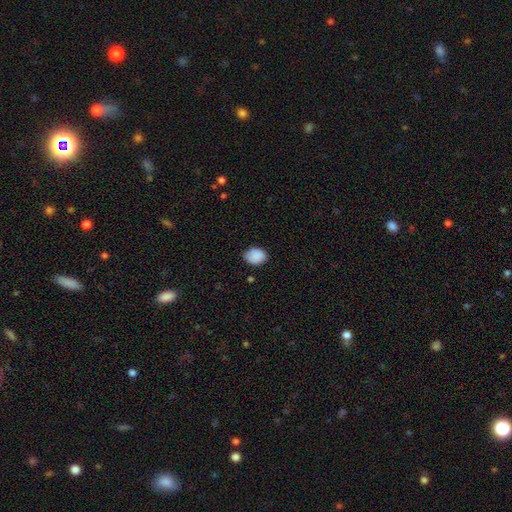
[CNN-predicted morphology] Overall: smooth (89%). How rounded: in between (59%; round 40%). Merging: none (77%).